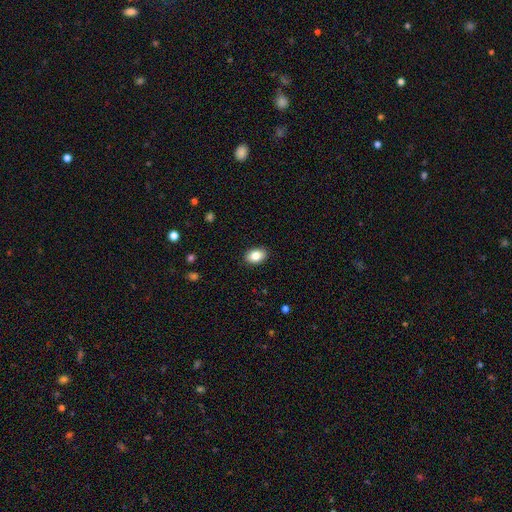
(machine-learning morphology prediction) smooth-or-featured: smooth: 85% | star or artifact: 8% | featured or disk: 7%
  how-rounded: in between: 85% | round: 14% | cigar-shaped: 1%
  merging: none: 90% | minor disturbance: 8% | major disturbance: 2% | merger: 1%